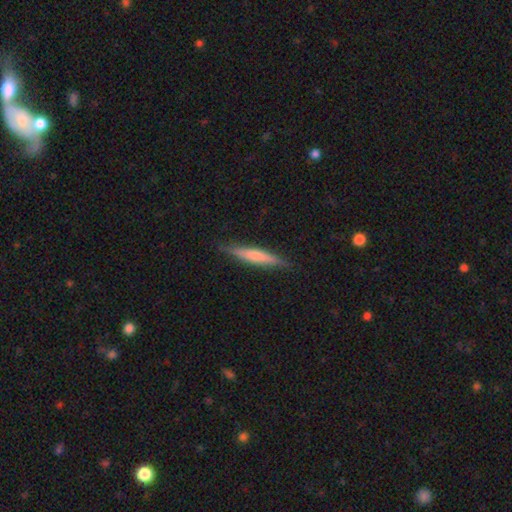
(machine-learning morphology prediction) Q: Smooth or featured?
A: smooth (58%); runner-up: featured or disk (36%)
Q: How rounded?
A: cigar-shaped (93%); runner-up: in between (6%)
Q: Merging?
A: none (88%); runner-up: minor disturbance (9%)